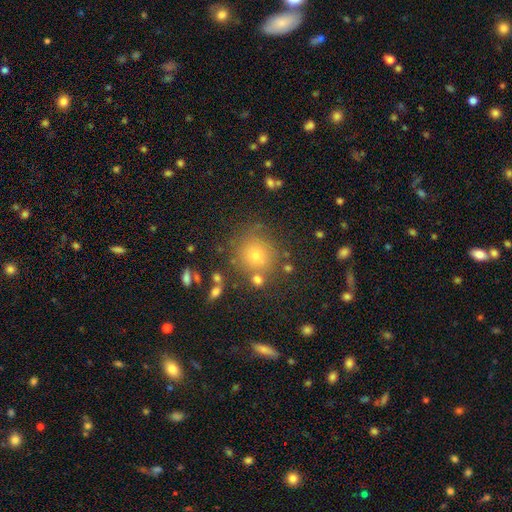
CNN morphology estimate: This is likely a smooth galaxy (67%). How rounded: clearly round (88%). Merging: likely none (77%).